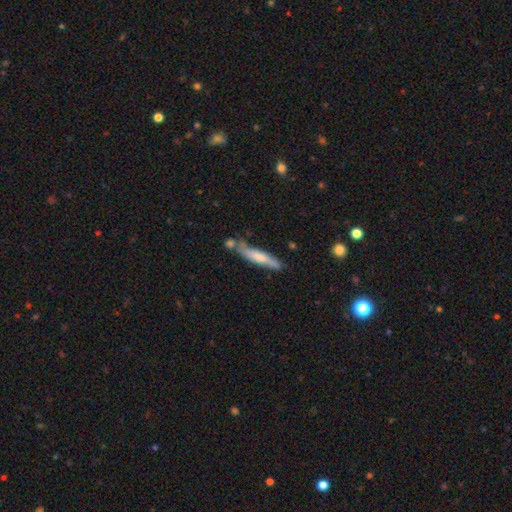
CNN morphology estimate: The model was most divided on "smooth or featured": smooth: 54%, featured or disk: 39%, star or artifact: 7%. More confident: how rounded — cigar-shaped (90%); merging — none (70%).